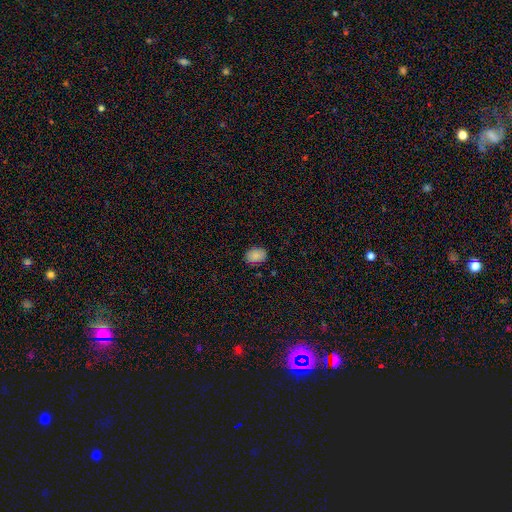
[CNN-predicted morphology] The model was most divided on "how rounded": in between: 72%, round: 27%, cigar-shaped: 1%. More confident: smooth or featured — smooth (86%); merging — none (84%).